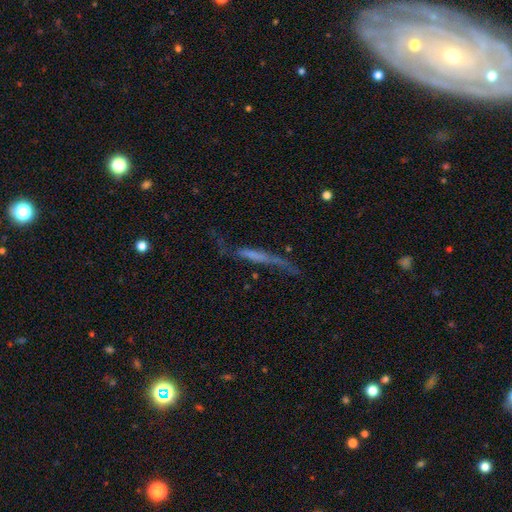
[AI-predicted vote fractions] This appears to be a featured or disk galaxy (55%) viewed edge-on (68%). Merging: none (38%).